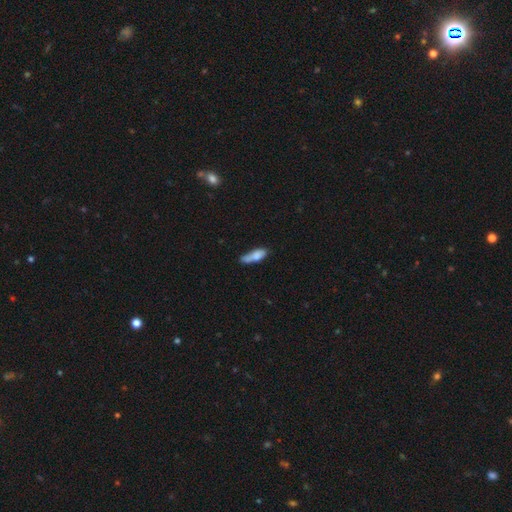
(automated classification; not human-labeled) Overall: smooth (74%). How rounded: in between (52%; cigar-shaped 46%). Merging: none (42%; minor disturbance 32%).